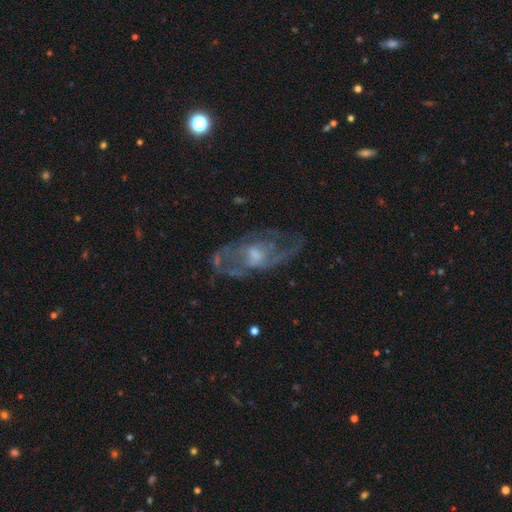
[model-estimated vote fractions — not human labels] Smooth or featured: featured or disk — 79% (smooth — 12%)
Edge-on disk: no — 92% (yes — 8%)
Bar: no — 57% (weak — 37%)
Spiral arms: yes — 76% (no — 24%)
Spiral winding: medium — 45% (loose — 28%)
Spiral arm count: 2 — 46% (can't tell — 35%)
Bulge size: moderate — 45% (small — 41%)
Merging: none — 64% (minor disturbance — 18%)